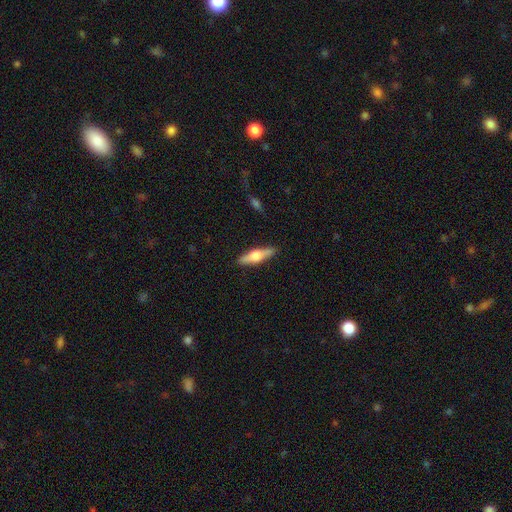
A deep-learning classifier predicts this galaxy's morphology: Overall: featured or disk (54%; smooth 41%). Edge-on disk: yes (95%). Edge-on bulge: rounded (91%). Merging: none (88%).